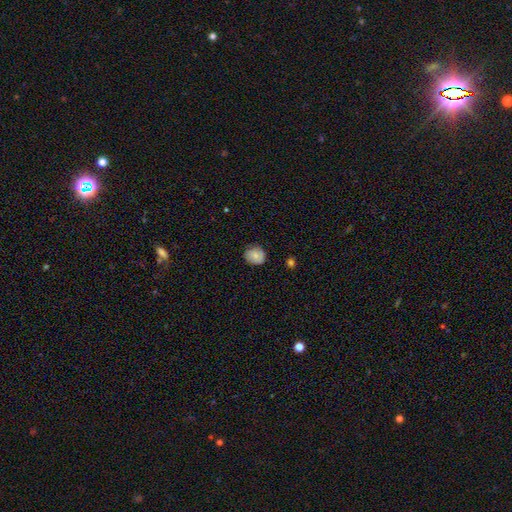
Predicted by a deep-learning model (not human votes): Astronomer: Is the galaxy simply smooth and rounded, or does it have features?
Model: smooth — 73%.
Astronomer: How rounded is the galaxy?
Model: round — 72%.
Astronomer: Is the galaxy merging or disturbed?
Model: none — 78%.